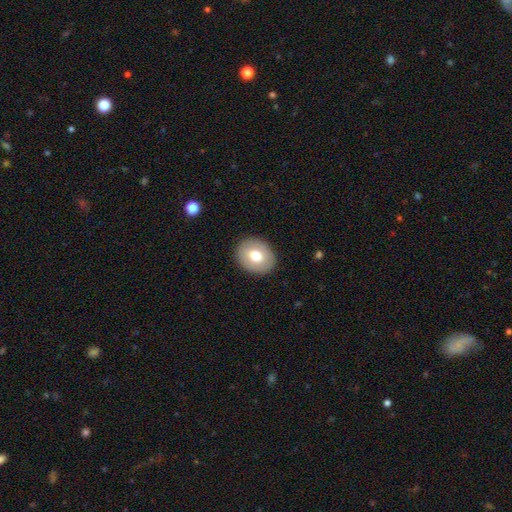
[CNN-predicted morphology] This appears to be a smooth galaxy with no disk features (71%) that is round (60%). Merging: none (90%).